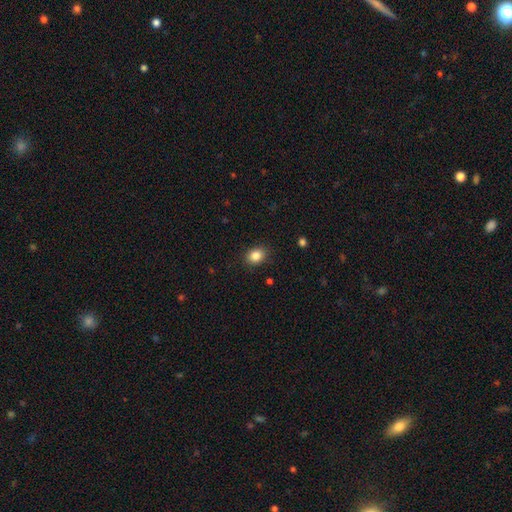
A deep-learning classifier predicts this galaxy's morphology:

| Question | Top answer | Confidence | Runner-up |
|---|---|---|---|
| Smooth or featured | smooth | 85% | star or artifact (10%) |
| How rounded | in between | 55% | round (44%) |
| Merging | none | 88% | minor disturbance (9%) |